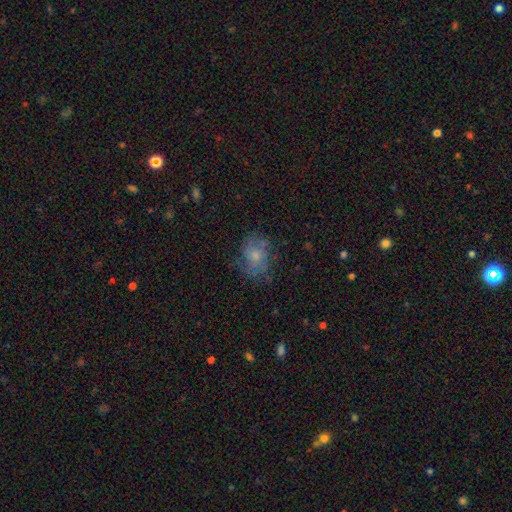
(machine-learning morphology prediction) The model was most divided on "smooth or featured": smooth: 48%, featured or disk: 37%, star or artifact: 15%. More confident: merging — none (66%).